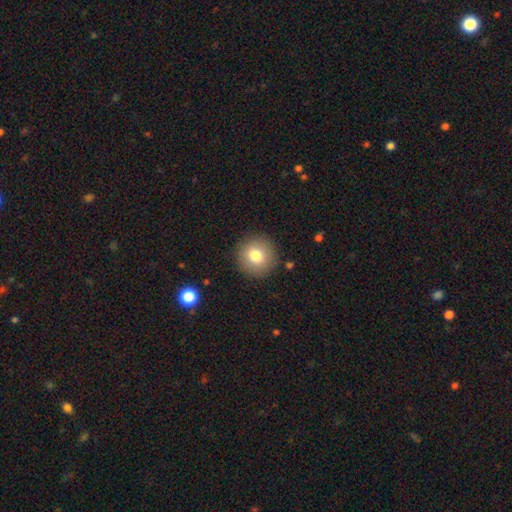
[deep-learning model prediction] The model was most divided on "smooth or featured": smooth: 79%, featured or disk: 12%, star or artifact: 9%. More confident: how rounded — round (93%); merging — none (89%).